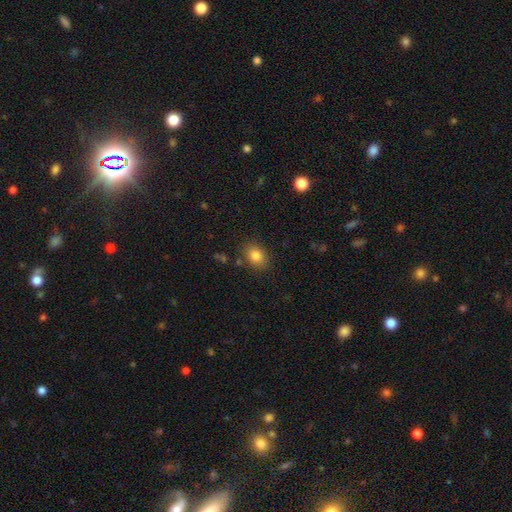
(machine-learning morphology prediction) Smooth or featured? smooth (84%)
How rounded? in between (68%)
Merging? none (83%)